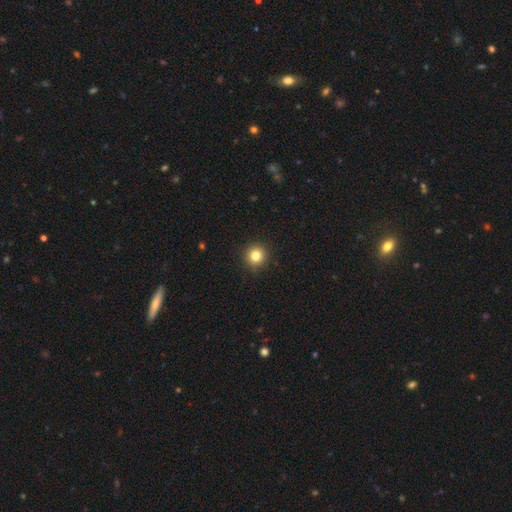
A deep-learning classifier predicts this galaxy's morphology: smooth 82%, star or artifact 12%, featured or disk 6%. Down the decision tree: how rounded — round (94%); merging — none (92%).